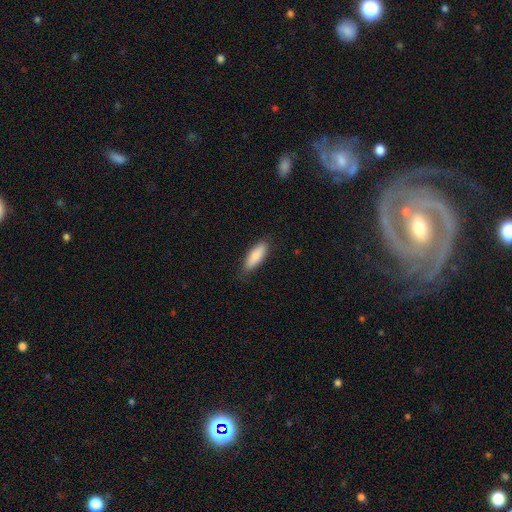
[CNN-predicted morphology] Smooth or featured?
  - smooth: 86% *
  - featured or disk: 9%
  - star or artifact: 6%
How rounded?
  - in between: 56% *
  - cigar-shaped: 42%
  - round: 2%
Merging?
  - none: 82% *
  - minor disturbance: 14%
  - major disturbance: 3%
  - merger: 1%